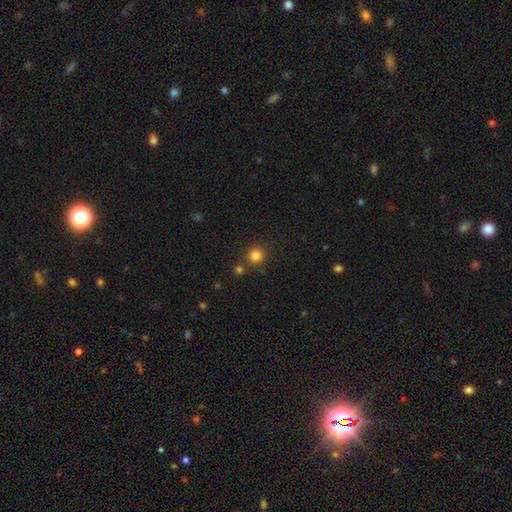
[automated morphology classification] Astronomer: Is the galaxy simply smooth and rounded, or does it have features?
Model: smooth — 82%.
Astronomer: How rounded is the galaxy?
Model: round — 93%.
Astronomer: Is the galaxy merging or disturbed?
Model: none — 80%.